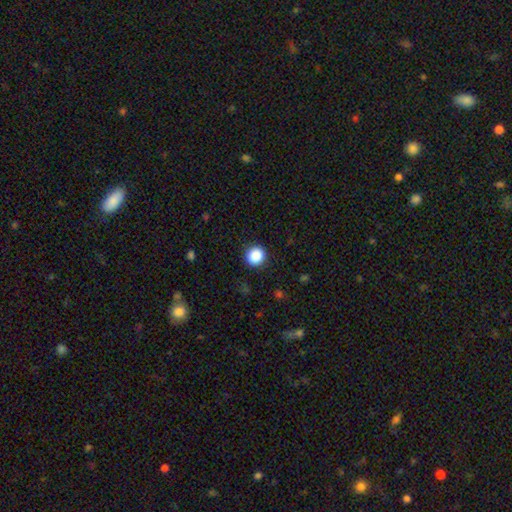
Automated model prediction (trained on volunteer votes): This is clearly a smooth galaxy (88%). How rounded: clearly round (95%). Merging: clearly none (91%).